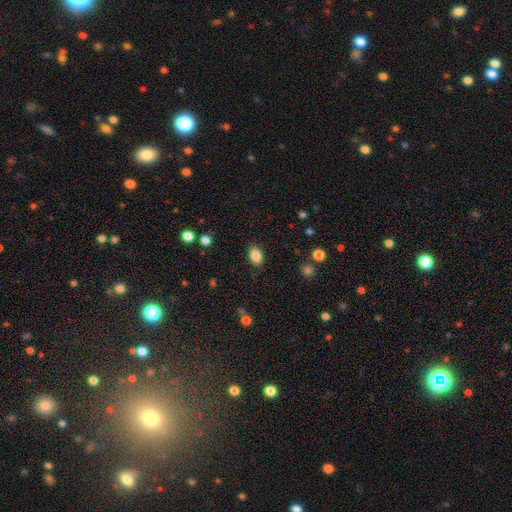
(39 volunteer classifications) smooth 90%, star or artifact 10%, featured or disk 0%. Down the decision tree: how rounded — in between (83%); merging — none (89%).